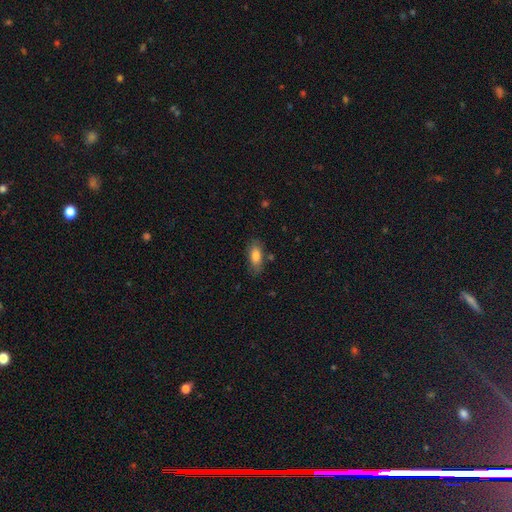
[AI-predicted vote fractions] Overall: smooth (81%). How rounded: in between (85%). Merging: none (74%).